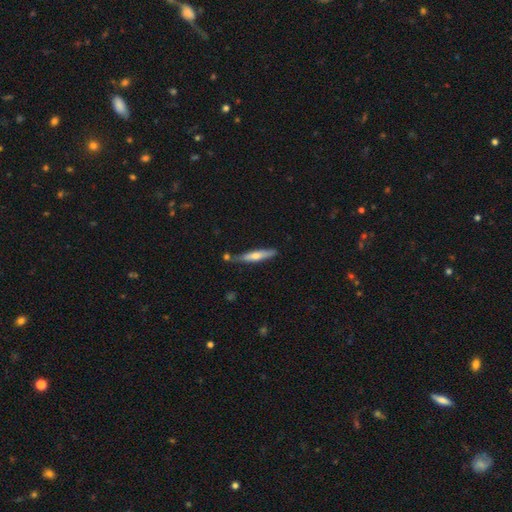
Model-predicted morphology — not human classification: smooth 50%, featured or disk 44%, star or artifact 6%. Down the decision tree: merging — none (71%).